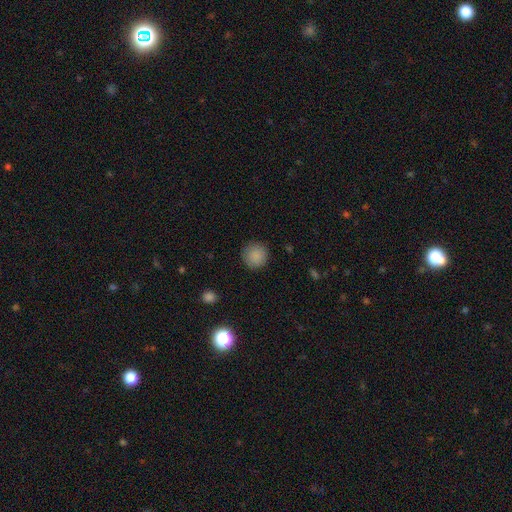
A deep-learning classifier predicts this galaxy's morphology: type=smooth (88%); roundness=round (94%); merging=none (90%).